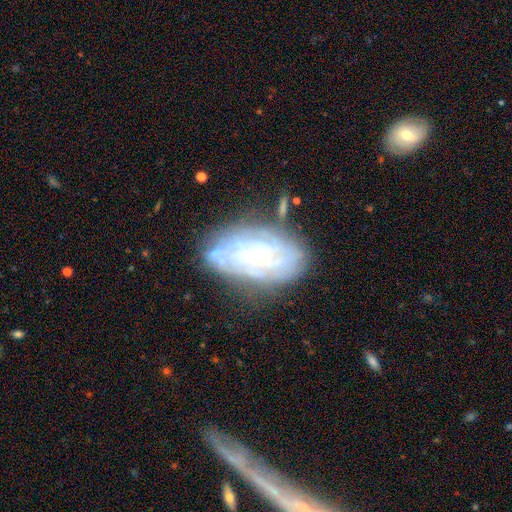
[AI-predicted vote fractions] Smooth or featured: featured or disk — 69% (smooth — 21%)
Edge-on disk: no — 94% (yes — 6%)
Bar: no — 69% (weak — 23%)
Spiral arms: yes — 74% (no — 26%)
Bulge size: small — 44% (none — 26%)
Merging: none — 66% (minor disturbance — 21%)